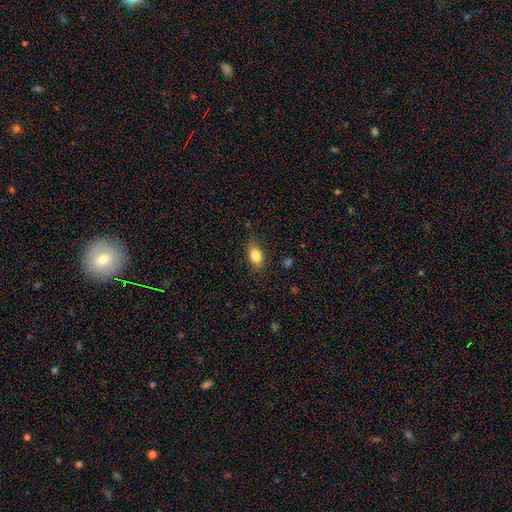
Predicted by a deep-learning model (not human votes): Overall: smooth (81%). How rounded: in between (85%). Merging: none (81%).